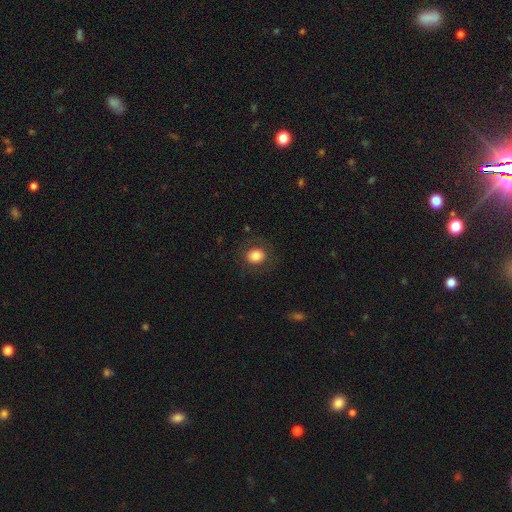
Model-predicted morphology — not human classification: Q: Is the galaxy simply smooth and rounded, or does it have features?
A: smooth — 80%.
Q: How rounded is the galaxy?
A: round — 68%.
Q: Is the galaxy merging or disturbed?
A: none — 83%.